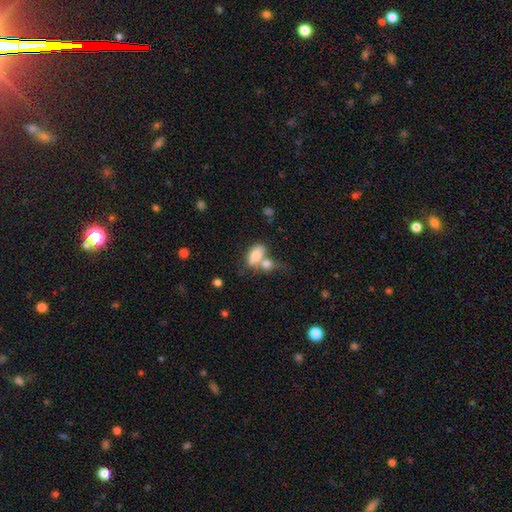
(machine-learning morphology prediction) This appears to be a smooth galaxy with no disk features (78%) that is in between round and cigar-shaped (89%). Merging: merger (50%).